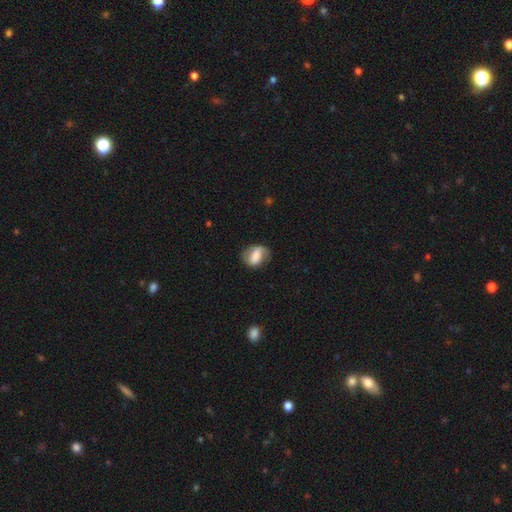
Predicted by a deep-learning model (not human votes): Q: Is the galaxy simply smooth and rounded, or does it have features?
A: smooth — 49%.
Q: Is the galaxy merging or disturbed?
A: none — 68%.